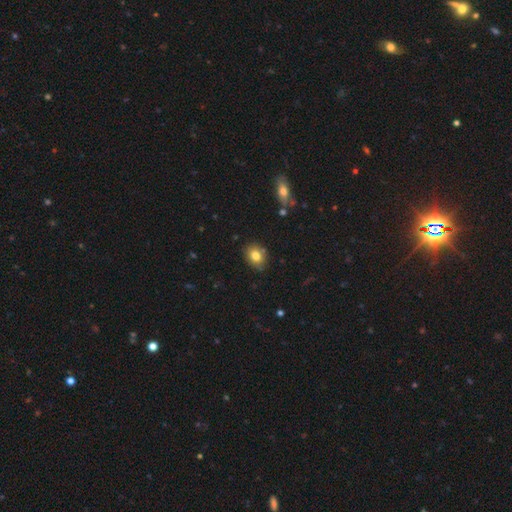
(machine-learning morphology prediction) smooth 79%, star or artifact 10%, featured or disk 10%. Down the decision tree: how rounded — in between (52%); merging — none (81%).